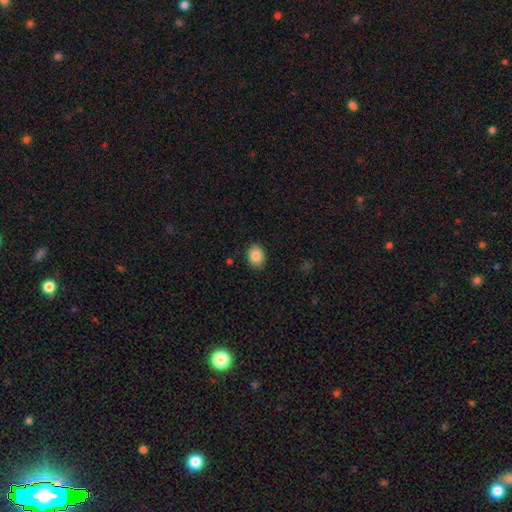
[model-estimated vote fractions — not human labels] Morphology: type=smooth (86%); roundness=in between (58%); merging=none (88%).